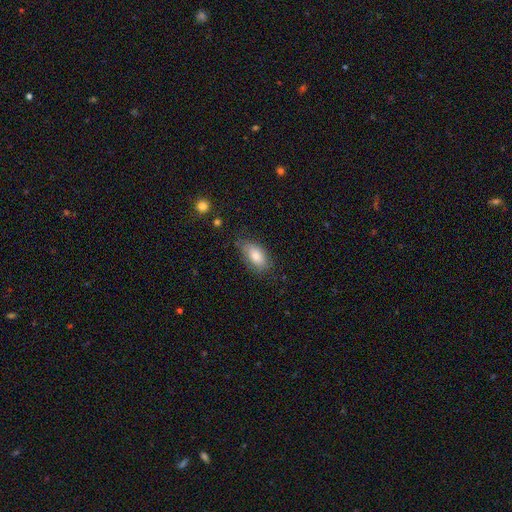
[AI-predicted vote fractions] This is clearly a smooth galaxy (81%). How rounded: clearly in between (91%). Merging: likely none (69%).